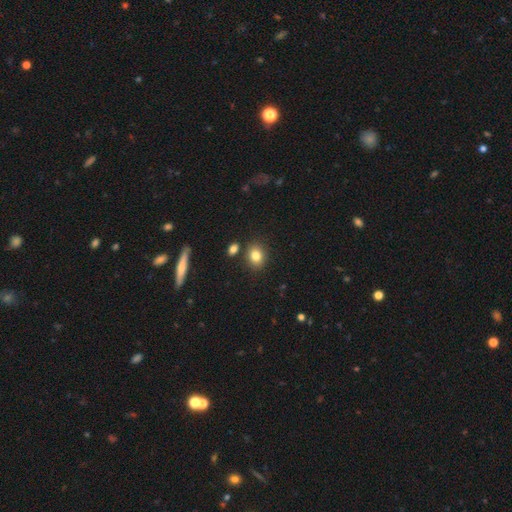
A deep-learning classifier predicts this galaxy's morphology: Smooth or featured?
  - smooth: 82% *
  - star or artifact: 10%
  - featured or disk: 8%
How rounded?
  - round: 52% *
  - in between: 47%
  - cigar-shaped: 1%
Merging?
  - none: 82% *
  - minor disturbance: 9%
  - merger: 6%
  - major disturbance: 3%